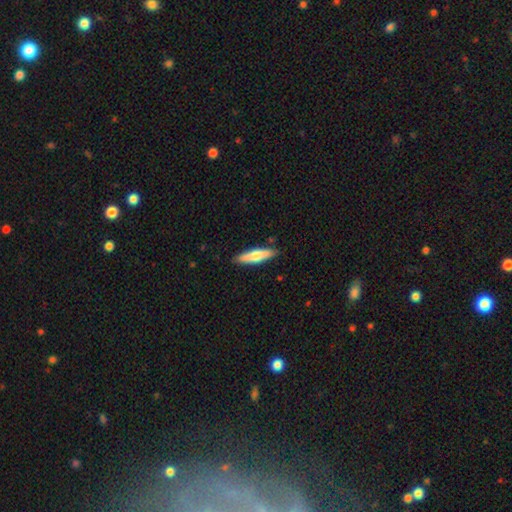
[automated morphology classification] A smooth galaxy with no disk features (64%) that is cigar-shaped (75%). Merging: none (87%).